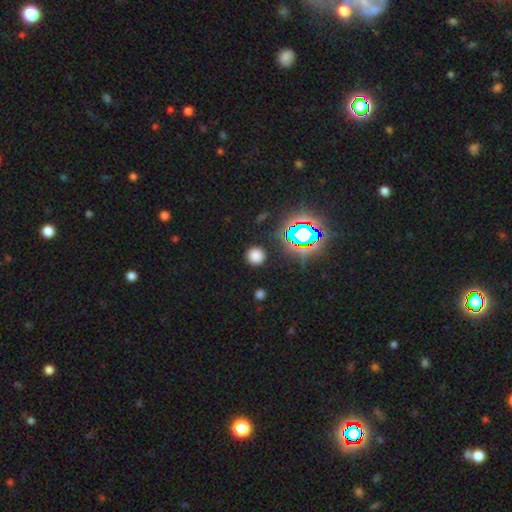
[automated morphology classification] smooth 73%, star or artifact 22%, featured or disk 5%. Down the decision tree: how rounded — round (93%); merging — none (89%).